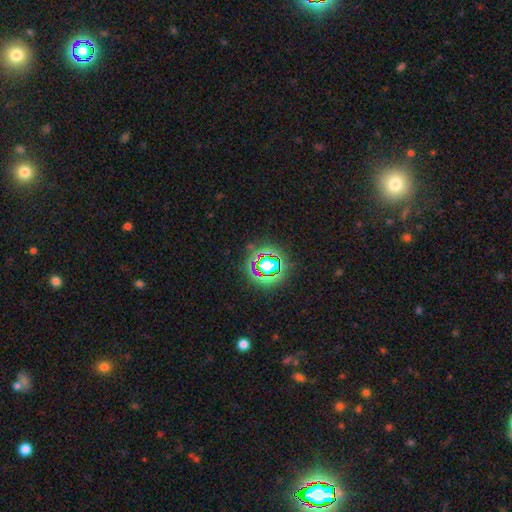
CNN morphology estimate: type=star or artifact (76%).